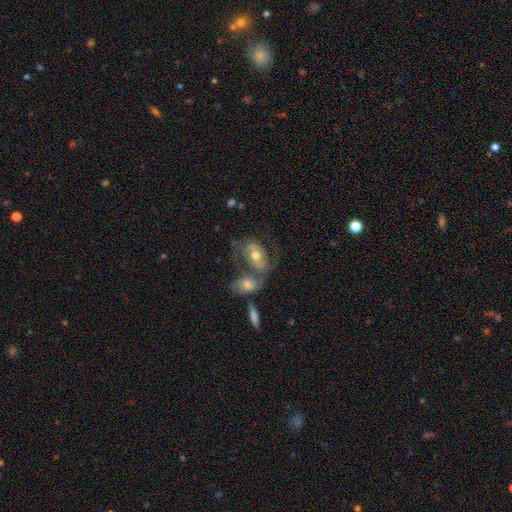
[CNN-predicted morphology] A featured or disk galaxy (66%) with no bar (65%), spiral arms (73%) and a moderate central bulge (72%).

Vote fractions:
- Smooth or featured? featured or disk: 66% / smooth: 27% / star or artifact: 7%
- Edge-on disk? no: 95% / yes: 5%
- Bar? no: 65% / weak: 26% / strong: 9%
- Spiral arms? yes: 73% / no: 27%
- Bulge size? moderate: 72% / large: 14% / small: 11% / none: 1% / dominant: 1%
- Merging? merger: 35% (tied) / none: 35% (tied) / minor disturbance: 15% / major disturbance: 14%